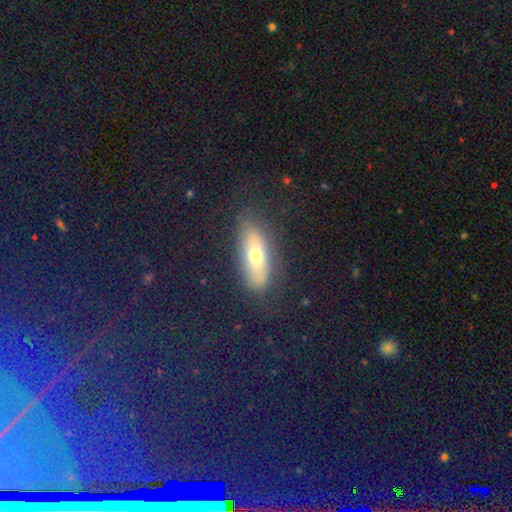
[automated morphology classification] A smooth galaxy with no disk features (55%) that is in between round and cigar-shaped (64%).

Vote fractions:
- Smooth or featured? smooth: 55% / featured or disk: 35% / star or artifact: 10%
- How rounded? in between: 64% / cigar-shaped: 31% / round: 5%
- Merging? none: 80% / minor disturbance: 13% / major disturbance: 5% / merger: 1%